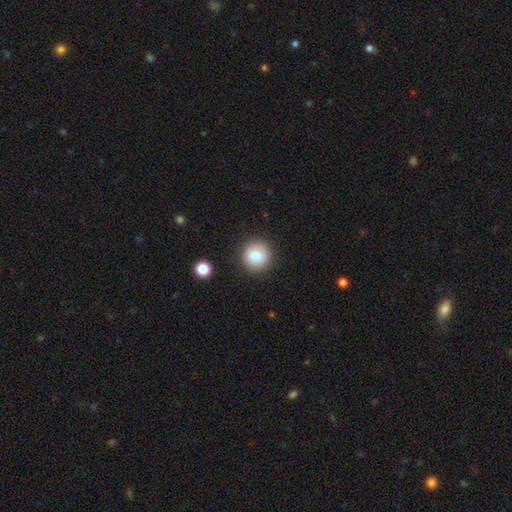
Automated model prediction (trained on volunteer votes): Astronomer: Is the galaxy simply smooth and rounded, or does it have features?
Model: smooth — 83%.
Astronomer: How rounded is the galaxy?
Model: round — 93%.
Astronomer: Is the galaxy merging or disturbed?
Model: none — 89%.